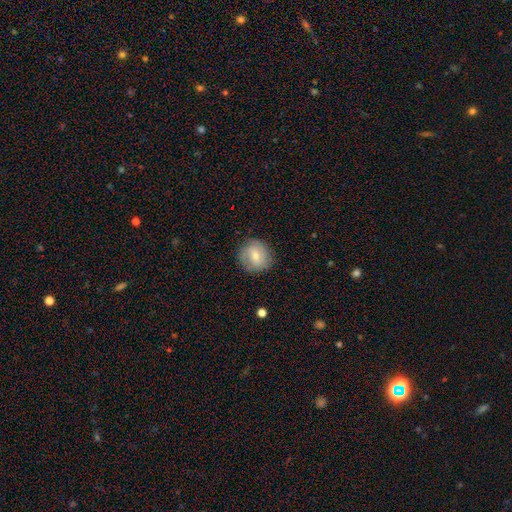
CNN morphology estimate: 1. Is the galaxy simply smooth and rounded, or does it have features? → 58% smooth, 34% featured or disk, 8% star or artifact.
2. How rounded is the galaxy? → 87% round, 12% in between, 1% cigar-shaped.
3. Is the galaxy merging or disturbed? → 82% none, 13% minor disturbance, 4% major disturbance, 1% merger.